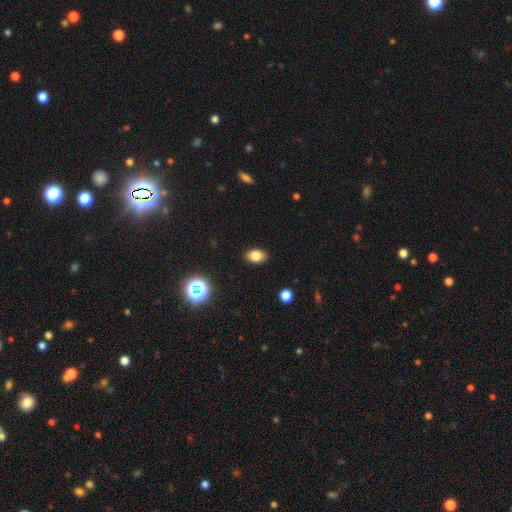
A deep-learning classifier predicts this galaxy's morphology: The model was most divided on "smooth or featured": smooth: 81%, star or artifact: 12%, featured or disk: 7%. More confident: merging — none (89%); how rounded — in between (85%).